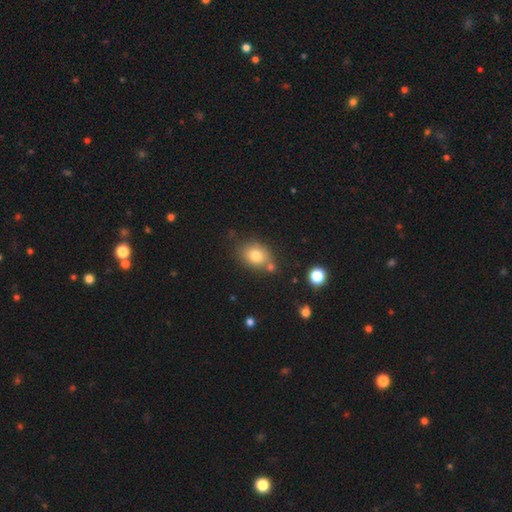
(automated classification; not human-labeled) Smooth or featured? smooth (78%)
How rounded? in between (54%)
Merging? none (64%)